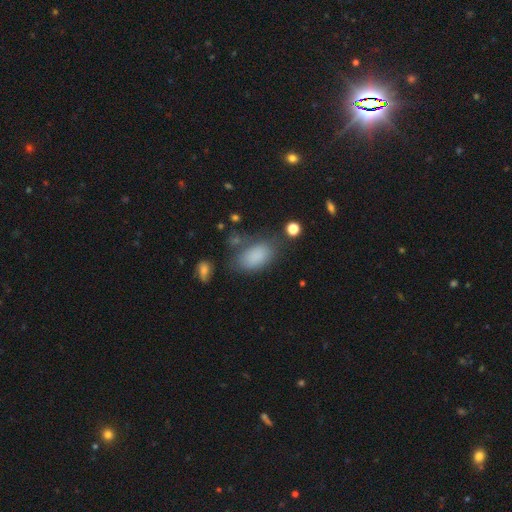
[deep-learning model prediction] This is clearly a smooth galaxy (84%). How rounded: clearly in between (91%). Merging: likely none (63%).